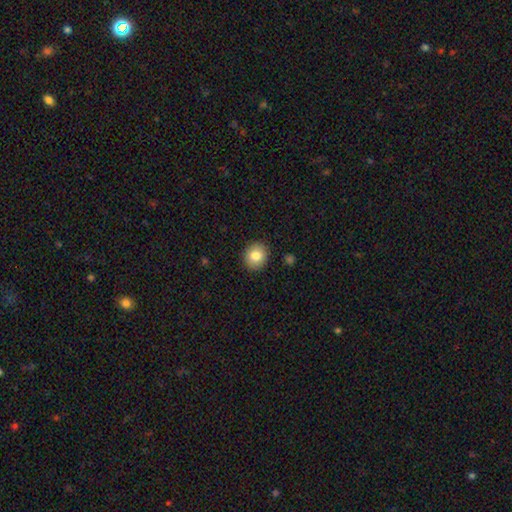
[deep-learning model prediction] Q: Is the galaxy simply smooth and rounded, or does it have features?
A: smooth — 82%.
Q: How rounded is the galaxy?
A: round — 78%.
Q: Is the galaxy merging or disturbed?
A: none — 90%.